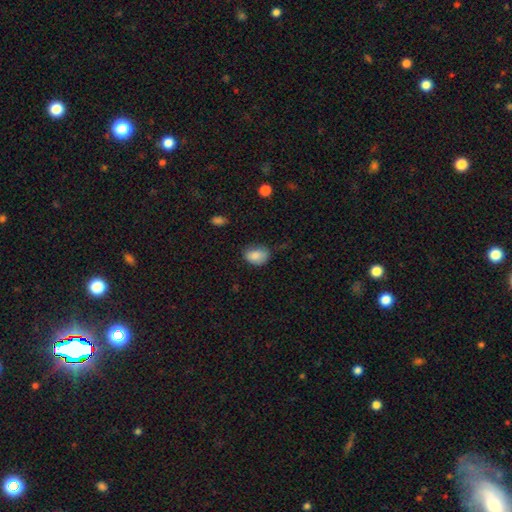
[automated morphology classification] Smooth or featured?
  - smooth: 85% *
  - star or artifact: 8%
  - featured or disk: 7%
How rounded?
  - in between: 74% *
  - round: 25%
  - cigar-shaped: 1%
Merging?
  - none: 60% *
  - minor disturbance: 31%
  - major disturbance: 7%
  - merger: 2%